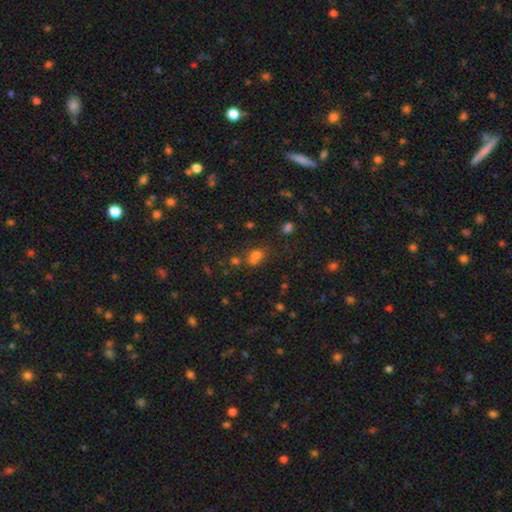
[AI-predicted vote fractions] smooth_or_featured: smooth (p=0.65) [alt: star or artifact p=0.23]
how_rounded: round (p=0.60) [alt: in between p=0.38]
merging: merger (p=0.41) [tied with: none p=0.41]